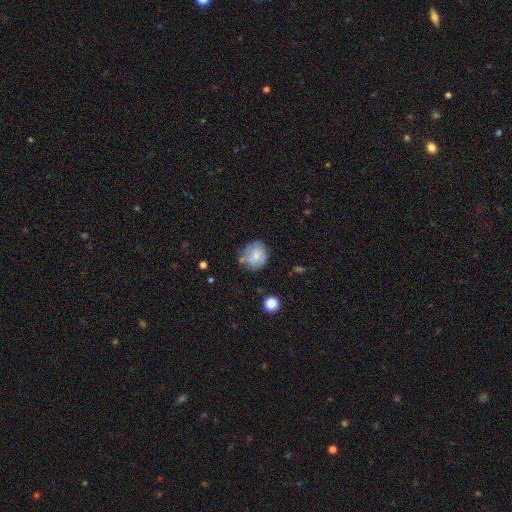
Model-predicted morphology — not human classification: Smooth or featured: smooth — 64% (featured or disk — 28%)
How rounded: round — 79% (in between — 20%)
Merging: none — 61% (minor disturbance — 24%)